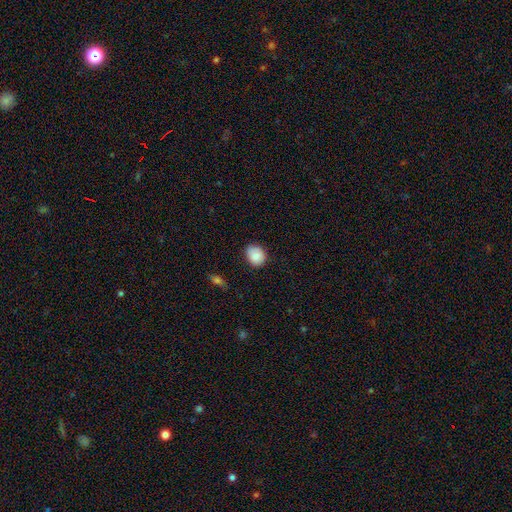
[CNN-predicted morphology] Smooth or featured? smooth (86%)
How rounded? round (53%)
Merging? none (75%)